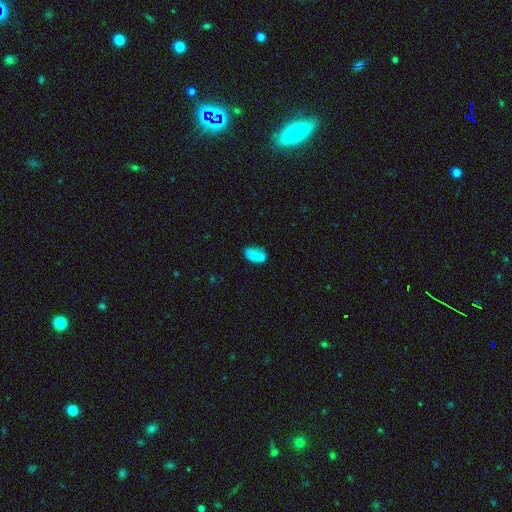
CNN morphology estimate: A smooth galaxy with no disk features (81%) that is in between round and cigar-shaped (92%).

Vote fractions:
- Smooth or featured? smooth: 81% / star or artifact: 10% / featured or disk: 9%
- How rounded? in between: 92% / round: 6% / cigar-shaped: 2%
- Merging? none: 69% / minor disturbance: 22% / major disturbance: 6% / merger: 3%